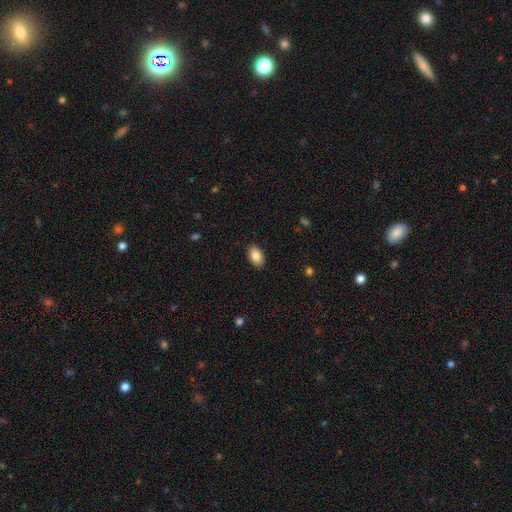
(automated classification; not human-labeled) Morphology: type=smooth (86%); roundness=in between (93%); merging=none (89%).